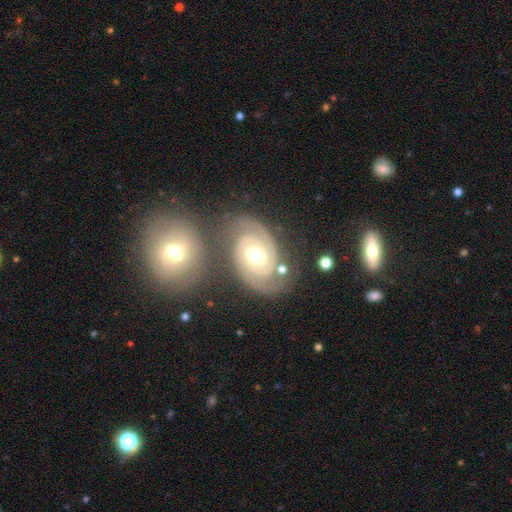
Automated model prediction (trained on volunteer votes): Smooth or featured: featured or disk — 90% (smooth — 5%)
Edge-on disk: no — 98% (yes — 2%)
Bar: no — 63% (weak — 27%)
Spiral arms: yes — 98% (no — 2%)
Spiral winding: tight — 72% (medium — 24%)
Spiral arm count: 2 — 90% (can't tell — 3%)
Bulge size: moderate — 77% (small — 15%)
Merging: none — 71% (minor disturbance — 13%)